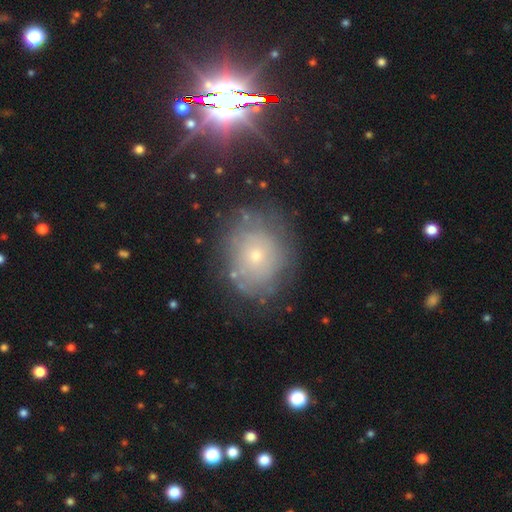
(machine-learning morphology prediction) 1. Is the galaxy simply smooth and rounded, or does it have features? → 47% smooth, 37% featured or disk, 17% star or artifact.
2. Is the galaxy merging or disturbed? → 70% none, 18% minor disturbance, 9% major disturbance, 3% merger.